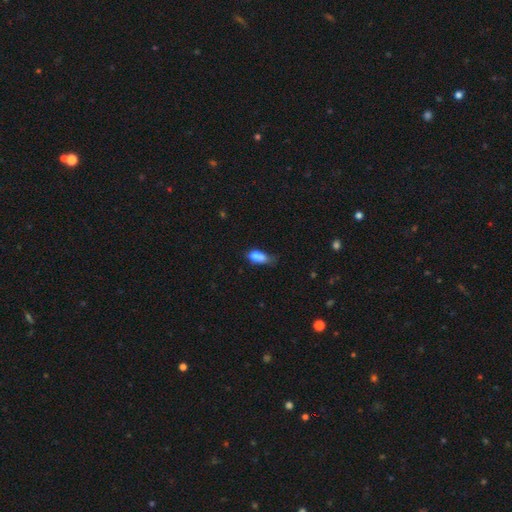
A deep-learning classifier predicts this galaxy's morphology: This appears to be a smooth galaxy with no disk features (79%) that is in between round and cigar-shaped (83%). Merging: minor disturbance (39%).